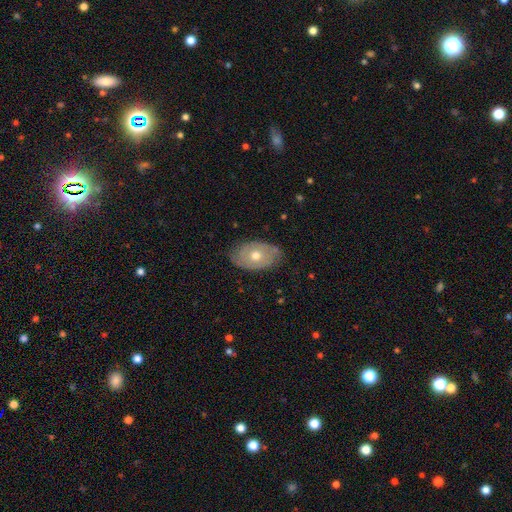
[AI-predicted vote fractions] Smooth or featured? featured or disk (56%)
Edge-on disk? no (91%)
Bar? no (89%)
Spiral arms? no (52%)
Bulge size? moderate (77%)
Merging? none (76%)